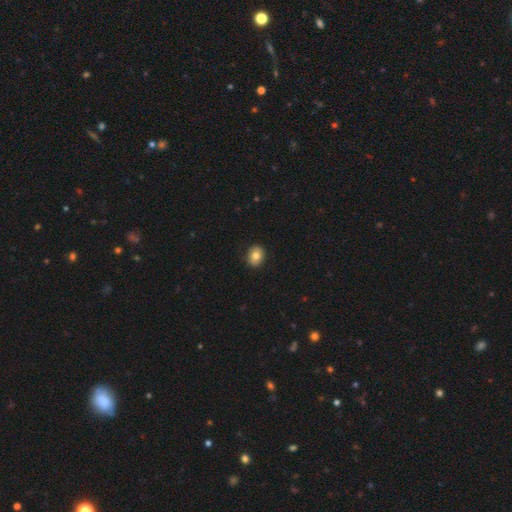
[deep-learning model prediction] Overall: smooth (78%). How rounded: round (53%; in between 46%). Merging: none (89%).